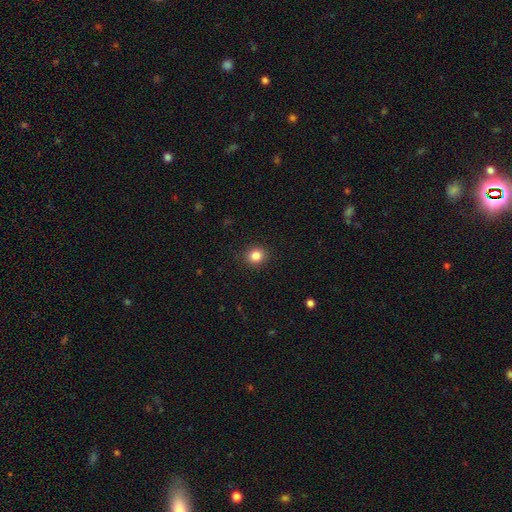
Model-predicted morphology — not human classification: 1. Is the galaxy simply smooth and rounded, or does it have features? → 84% smooth, 11% star or artifact, 5% featured or disk.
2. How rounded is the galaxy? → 82% round, 18% in between, 1% cigar-shaped.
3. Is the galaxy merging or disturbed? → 90% none, 7% minor disturbance, 2% major disturbance, 1% merger.